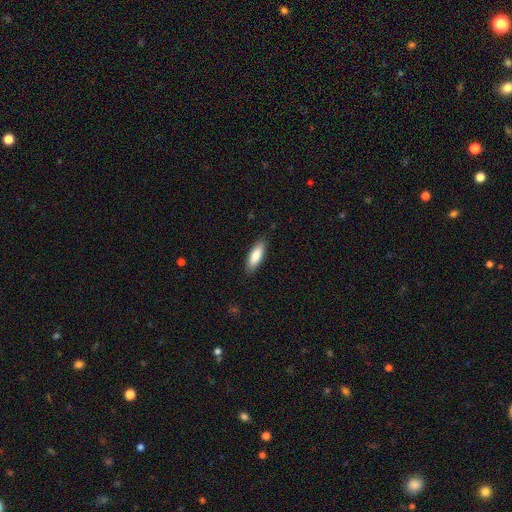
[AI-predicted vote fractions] smooth-or-featured: smooth: 84% | featured or disk: 10% | star or artifact: 6%
  how-rounded: in between: 60% | cigar-shaped: 39% | round: 2%
  merging: none: 86% | minor disturbance: 11% | major disturbance: 2% | merger: 1%